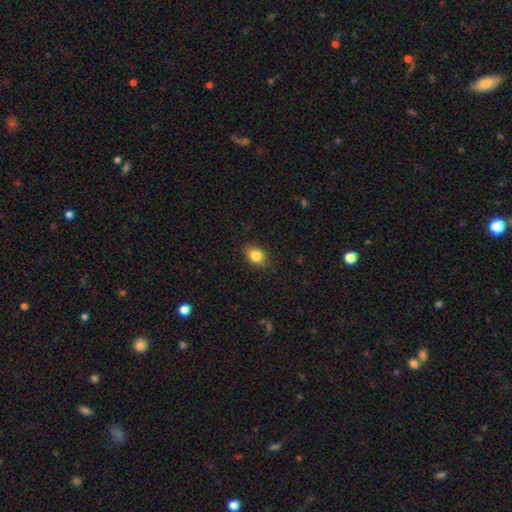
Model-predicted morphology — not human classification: Q: Smooth or featured?
A: smooth (84%); runner-up: star or artifact (9%)
Q: How rounded?
A: in between (72%); runner-up: round (27%)
Q: Merging?
A: none (86%); runner-up: minor disturbance (10%)